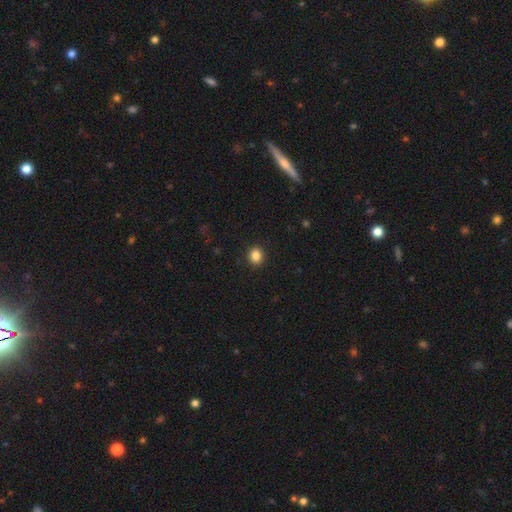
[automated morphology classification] Overall: smooth (85%). How rounded: round (81%). Merging: none (92%).